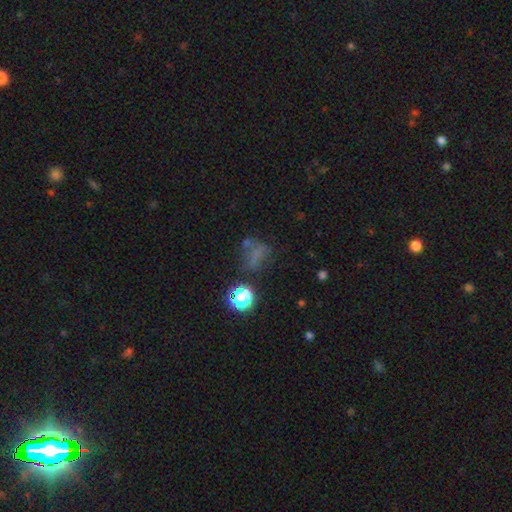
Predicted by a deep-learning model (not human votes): A smooth galaxy with no disk features (47%). Merging: none (46%).